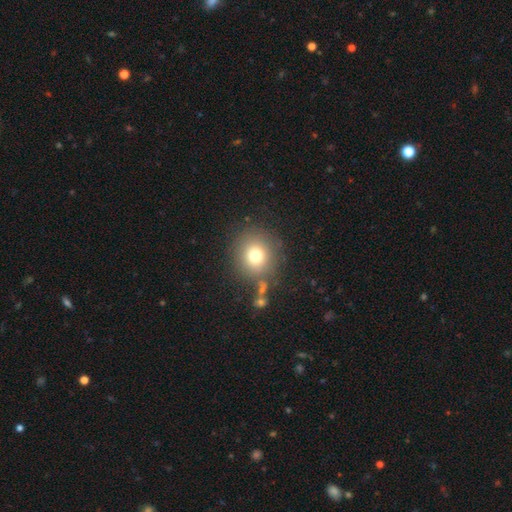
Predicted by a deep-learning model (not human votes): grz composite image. It shows a smooth galaxy with no disk features (75%) that is round (88%). Merging: none (78%).